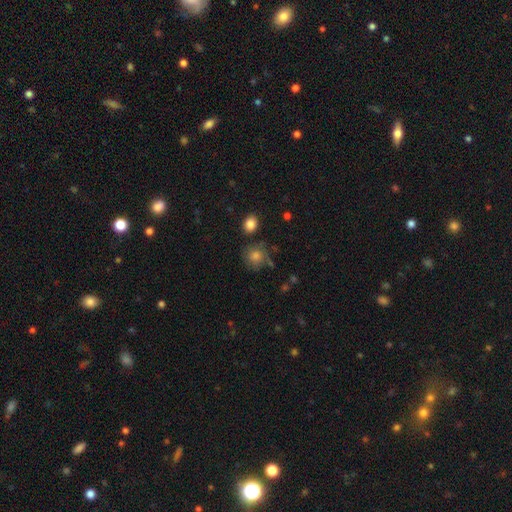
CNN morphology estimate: This appears to be a smooth galaxy with no disk features (73%) that is round (85%). Merging: none (72%).